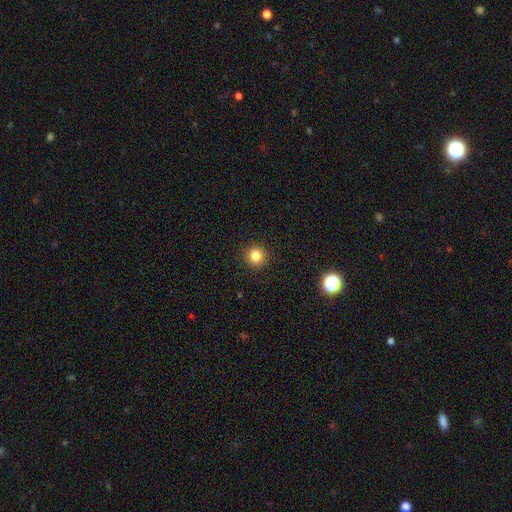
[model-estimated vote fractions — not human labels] The model was most divided on "smooth or featured": smooth: 83%, star or artifact: 12%, featured or disk: 5%. More confident: how rounded — round (93%); merging — none (92%).